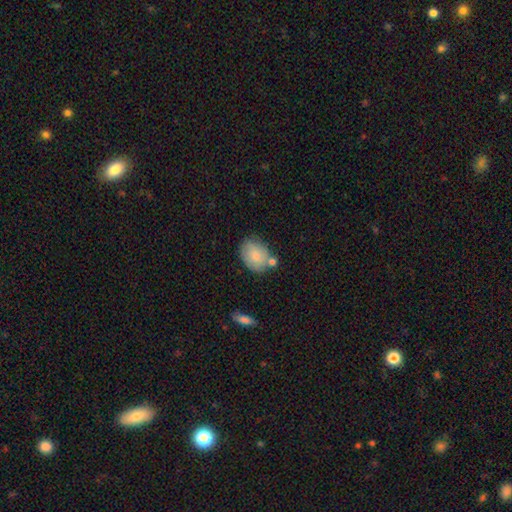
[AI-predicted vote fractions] Smooth or featured? smooth (79%)
How rounded? in between (68%)
Merging? none (61%)